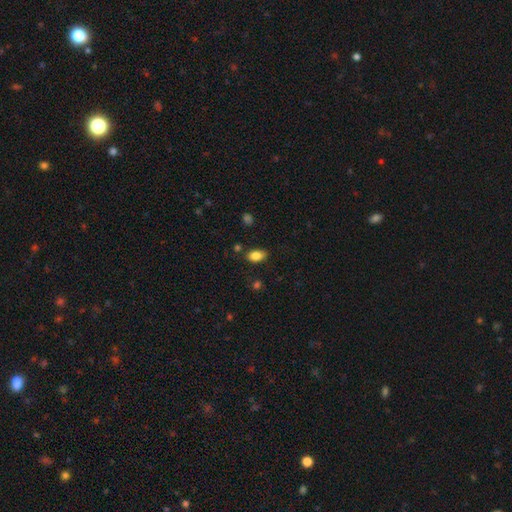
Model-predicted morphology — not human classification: smooth 84%, star or artifact 9%, featured or disk 7%. Down the decision tree: how rounded — in between (88%); merging — none (82%).